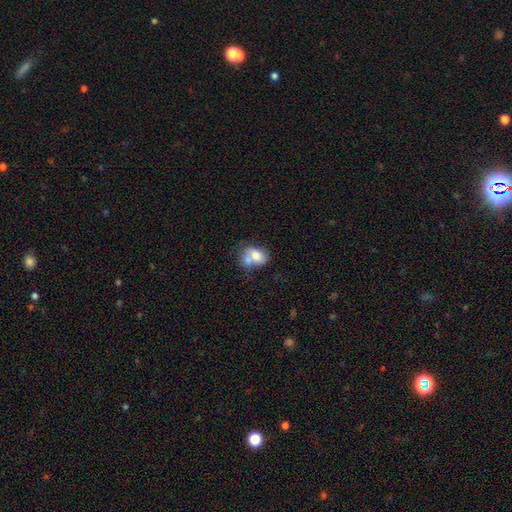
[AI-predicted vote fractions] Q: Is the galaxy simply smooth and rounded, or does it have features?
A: smooth — 72%.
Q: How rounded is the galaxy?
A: in between — 74%.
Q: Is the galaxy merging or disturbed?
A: merger — 51%.